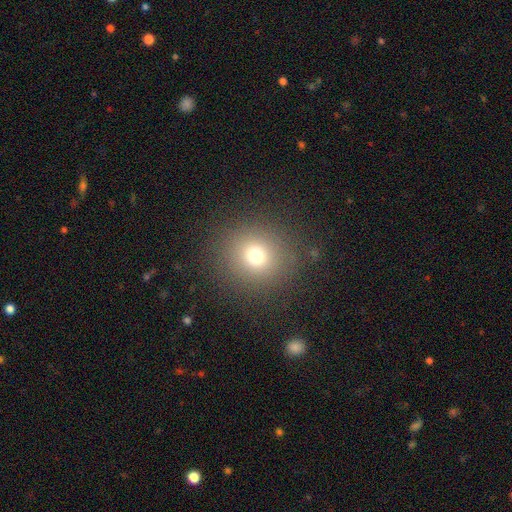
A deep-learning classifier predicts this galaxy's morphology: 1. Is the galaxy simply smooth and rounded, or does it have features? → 72% smooth, 19% star or artifact, 10% featured or disk.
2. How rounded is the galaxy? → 90% round, 9% in between, 1% cigar-shaped.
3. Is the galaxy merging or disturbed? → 88% none, 7% minor disturbance, 4% major disturbance, 1% merger.